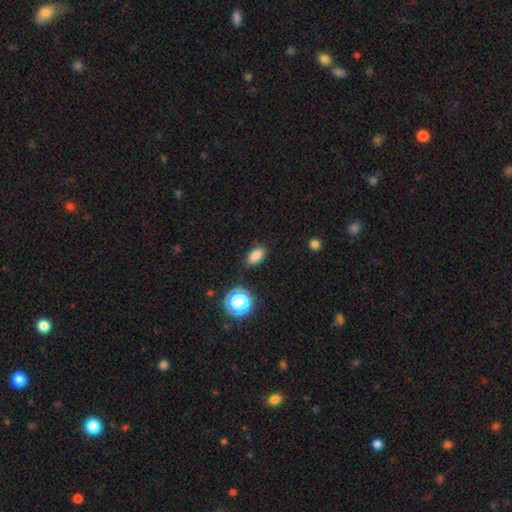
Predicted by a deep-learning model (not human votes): smooth_or_featured: smooth (p=0.82) [alt: star or artifact p=0.12]
how_rounded: in between (p=0.87) [alt: round p=0.09]
merging: none (p=0.85) [alt: minor disturbance p=0.10]